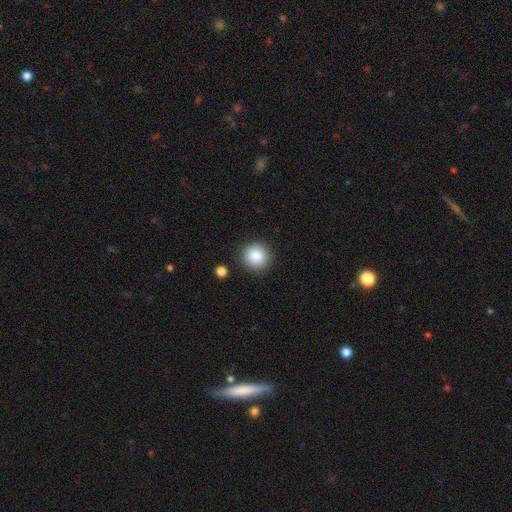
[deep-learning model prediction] Q: Smooth or featured?
A: smooth (84%); runner-up: star or artifact (9%)
Q: How rounded?
A: round (94%); runner-up: in between (5%)
Q: Merging?
A: none (89%); runner-up: minor disturbance (7%)